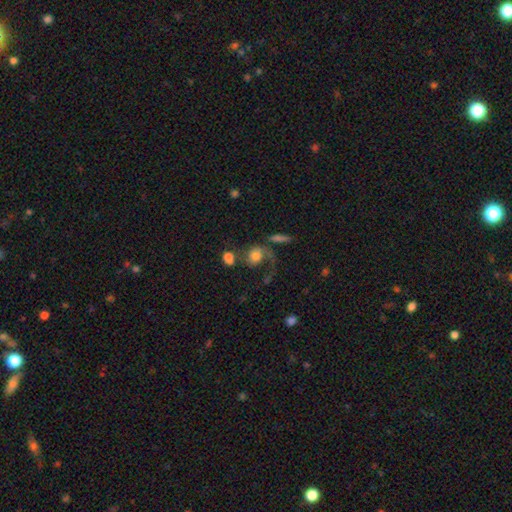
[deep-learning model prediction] Smooth or featured?
  - smooth: 56% *
  - featured or disk: 34%
  - star or artifact: 10%
How rounded?
  - round: 57% *
  - in between: 41%
  - cigar-shaped: 2%
Merging?
  - none: 33% *
  - major disturbance: 31%
  - merger: 22%
  - minor disturbance: 14%